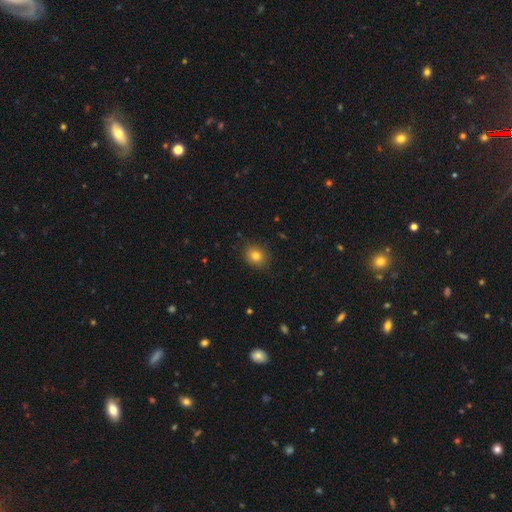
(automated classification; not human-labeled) A smooth galaxy with no disk features (80%) that is round (73%).

Vote fractions:
- Smooth or featured? smooth: 80% / star or artifact: 12% / featured or disk: 7%
- How rounded? round: 73% / in between: 26% / cigar-shaped: 1%
- Merging? none: 88% / minor disturbance: 9% / major disturbance: 2% / merger: 1%